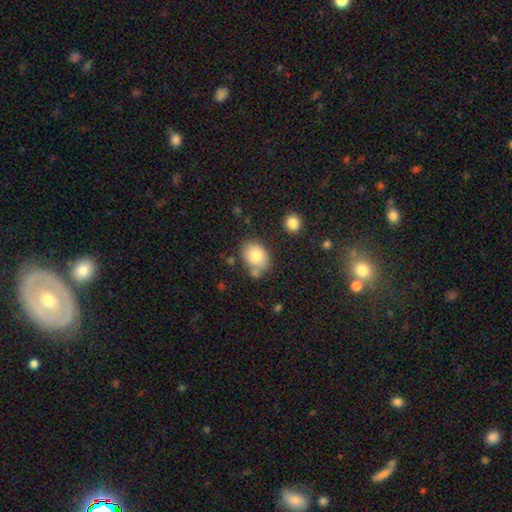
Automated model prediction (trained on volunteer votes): Q: Smooth or featured?
A: smooth (81%); runner-up: featured or disk (11%)
Q: How rounded?
A: in between (65%); runner-up: round (34%)
Q: Merging?
A: none (66%); runner-up: minor disturbance (17%)